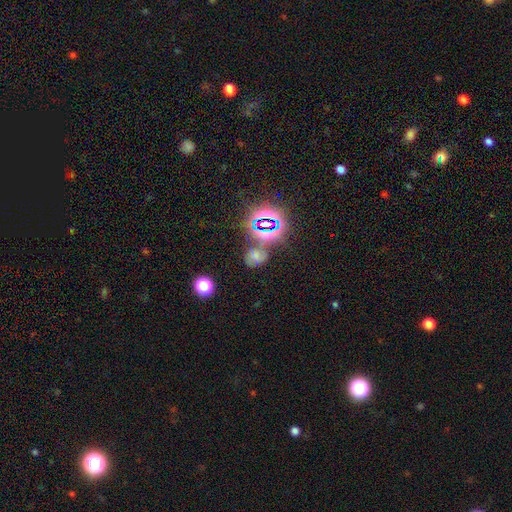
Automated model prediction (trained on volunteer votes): This is marginally a star or artifact rather than a galaxy (44%).